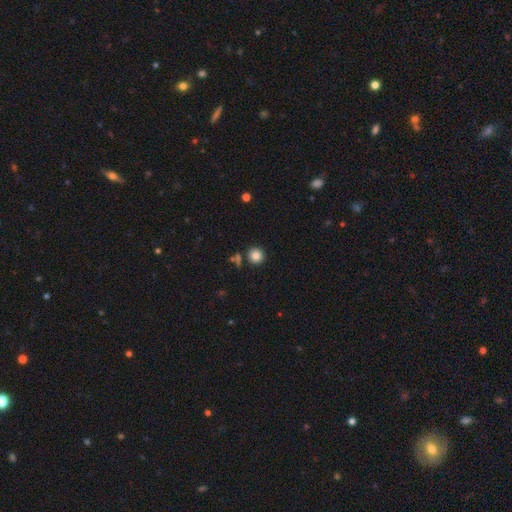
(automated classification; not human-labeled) This is clearly a smooth galaxy (83%). How rounded: clearly round (92%). Merging: clearly none (85%).